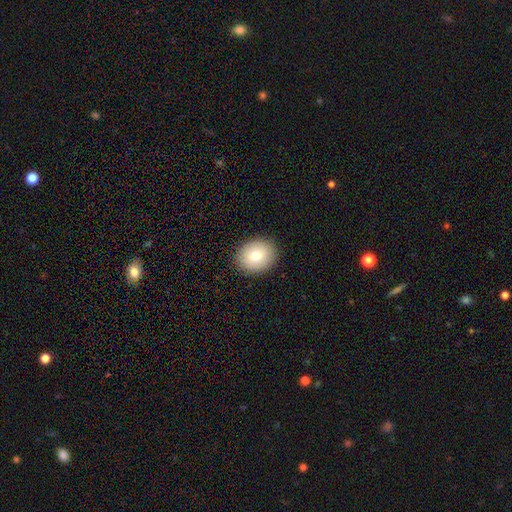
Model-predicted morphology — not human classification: Q: Smooth or featured?
A: smooth (77%); runner-up: featured or disk (14%)
Q: How rounded?
A: round (55%); runner-up: in between (45%)
Q: Merging?
A: none (89%); runner-up: minor disturbance (8%)